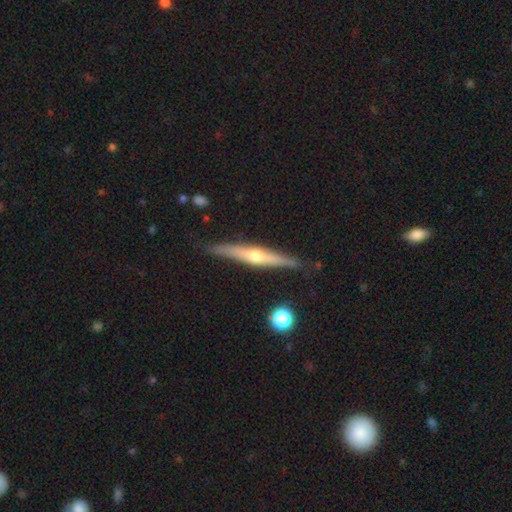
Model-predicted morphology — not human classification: smooth_or_featured: featured or disk (p=0.70) [alt: smooth p=0.24]
disk_edge_on: yes (p=0.97) [alt: no p=0.03]
edge_on_bulge: rounded (p=0.88) [alt: none p=0.08]
merging: none (p=0.87) [alt: minor disturbance p=0.10]